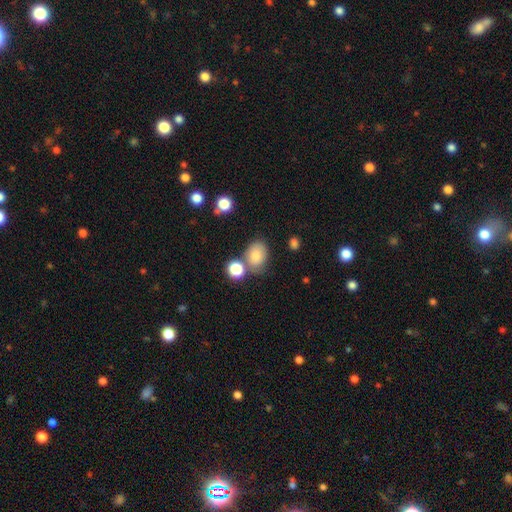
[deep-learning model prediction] Overall: smooth (79%). How rounded: in between (63%; round 36%). Merging: none (59%).